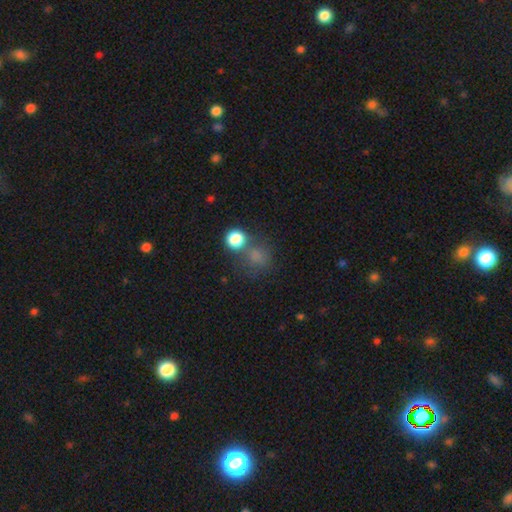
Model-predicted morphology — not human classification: smooth 73%, star or artifact 18%, featured or disk 9%. Down the decision tree: how rounded — round (81%); merging — none (55%).